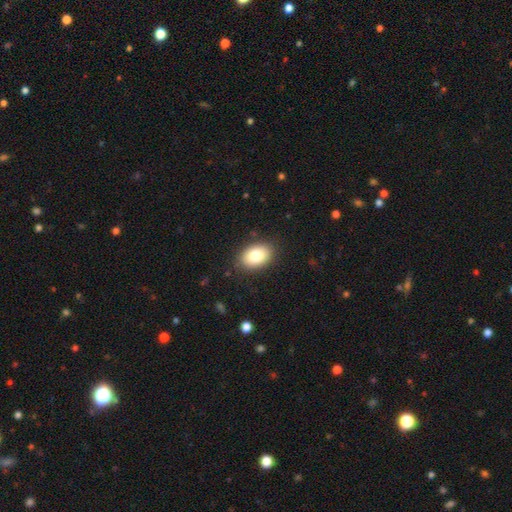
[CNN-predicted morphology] Overall: smooth (83%). How rounded: in between (86%). Merging: none (87%).